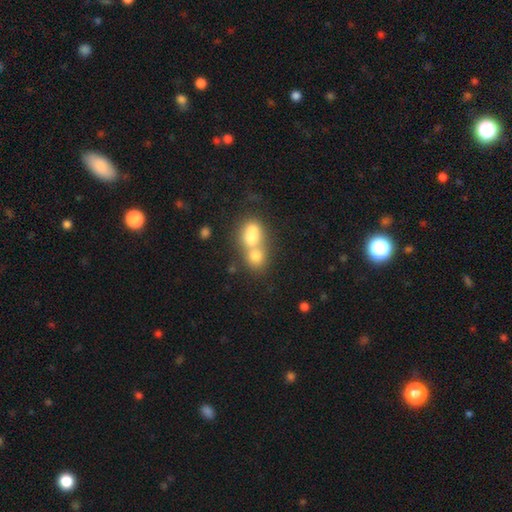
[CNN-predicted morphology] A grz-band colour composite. It shows a smooth galaxy with no disk features (69%) that is round (63%). Merging: merger (70%).